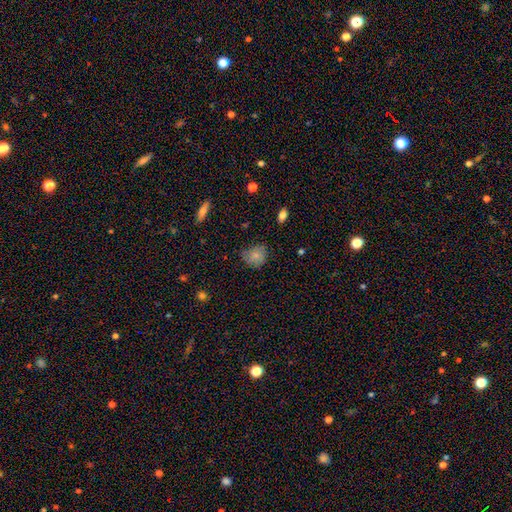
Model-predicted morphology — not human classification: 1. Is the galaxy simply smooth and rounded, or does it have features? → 77% smooth, 13% featured or disk, 10% star or artifact.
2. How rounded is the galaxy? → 71% round, 28% in between, 1% cigar-shaped.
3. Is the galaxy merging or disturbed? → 67% none, 26% minor disturbance, 6% major disturbance, 1% merger.